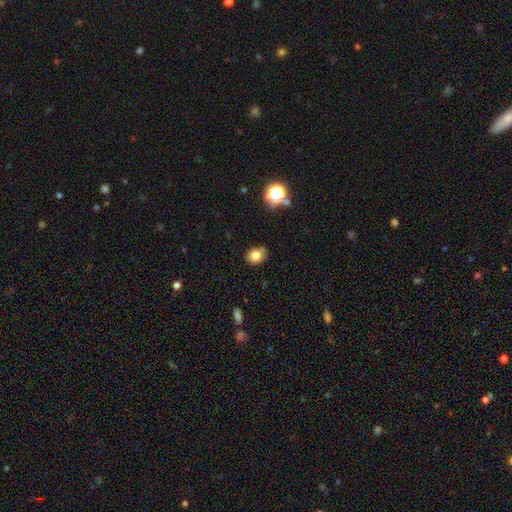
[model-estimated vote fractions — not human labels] This appears to be a smooth galaxy with no disk features (80%) that is round (56%). Merging: none (76%).